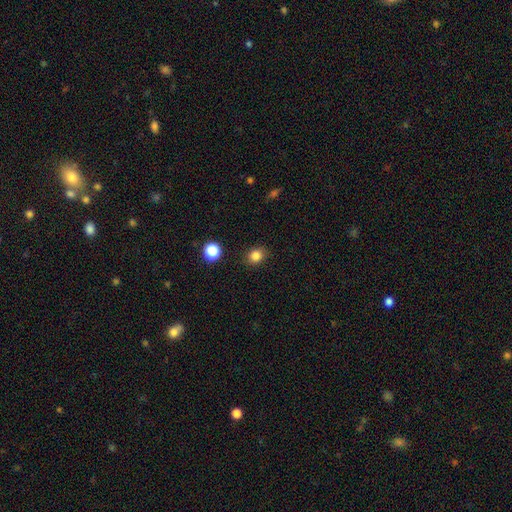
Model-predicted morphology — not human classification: smooth 83%, star or artifact 12%, featured or disk 5%. Down the decision tree: how rounded — round (65%); merging — none (88%).